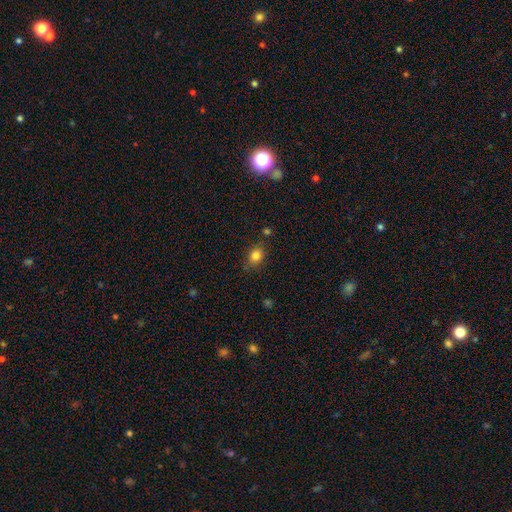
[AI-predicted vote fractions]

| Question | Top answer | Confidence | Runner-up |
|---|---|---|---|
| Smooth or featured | smooth | 83% | star or artifact (11%) |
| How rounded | in between | 54% | round (45%) |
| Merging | none | 76% | minor disturbance (16%) |